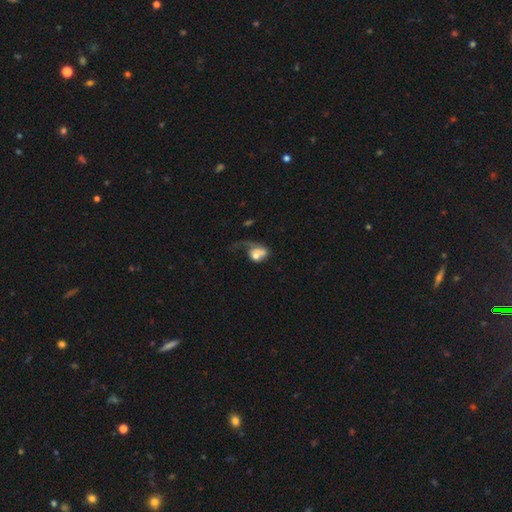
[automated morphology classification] Overall: smooth (56%; featured or disk 35%). How rounded: in between (63%; round 35%). Merging: major disturbance (49%; merger 19%).